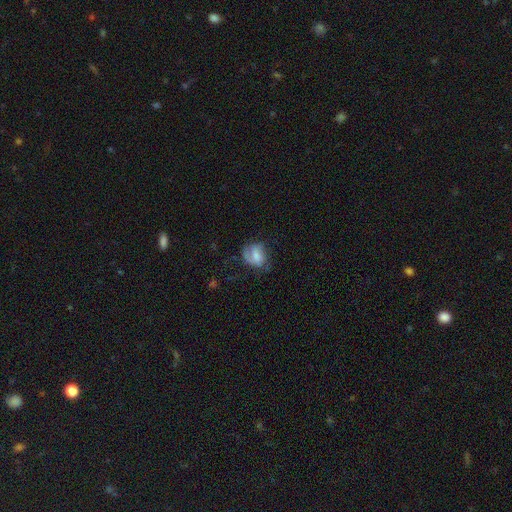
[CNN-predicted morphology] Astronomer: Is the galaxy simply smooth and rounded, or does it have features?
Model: smooth — 51% (runner-up: featured or disk, 40%).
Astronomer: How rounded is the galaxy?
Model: in between — 59% (runner-up: round, 39%).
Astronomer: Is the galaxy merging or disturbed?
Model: none — 46% (runner-up: minor disturbance, 28%).